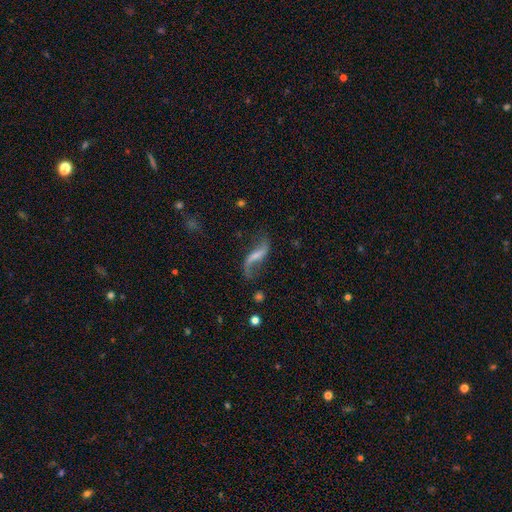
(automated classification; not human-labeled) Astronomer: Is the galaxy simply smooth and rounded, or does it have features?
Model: featured or disk — 82%.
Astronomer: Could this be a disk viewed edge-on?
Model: no — 91%.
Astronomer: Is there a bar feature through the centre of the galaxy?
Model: weak — 40% (runner-up: strong, 35%).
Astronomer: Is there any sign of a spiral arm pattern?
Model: yes — 94%.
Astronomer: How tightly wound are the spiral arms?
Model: loose — 91%.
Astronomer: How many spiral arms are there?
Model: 2 — 90%.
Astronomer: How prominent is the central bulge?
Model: small — 46% (runner-up: none, 33%).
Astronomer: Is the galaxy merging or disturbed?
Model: none — 69%.